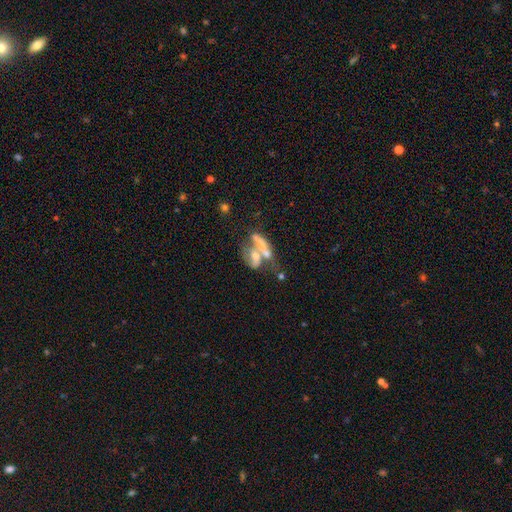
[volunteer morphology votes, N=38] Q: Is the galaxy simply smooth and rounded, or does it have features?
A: smooth — 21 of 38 (55%).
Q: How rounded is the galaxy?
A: in between — 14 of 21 (67%).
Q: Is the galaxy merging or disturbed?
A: merger — 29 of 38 (76%).